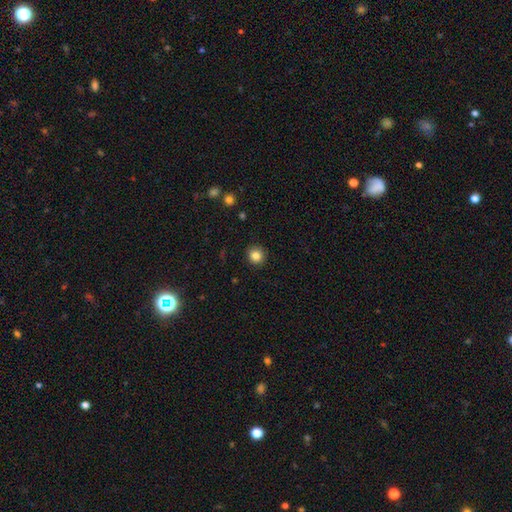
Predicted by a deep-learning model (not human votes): Smooth or featured? smooth (83%)
How rounded? round (92%)
Merging? none (92%)